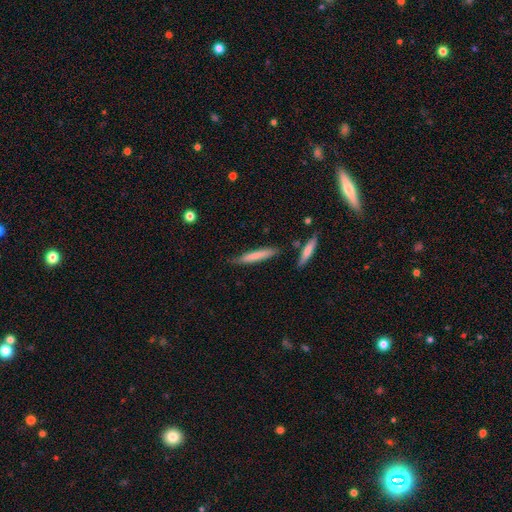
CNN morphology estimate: Smooth or featured? Predicted: smooth (p=0.72). How rounded? Predicted: cigar-shaped (p=0.93). Merging? Predicted: none (p=0.78).